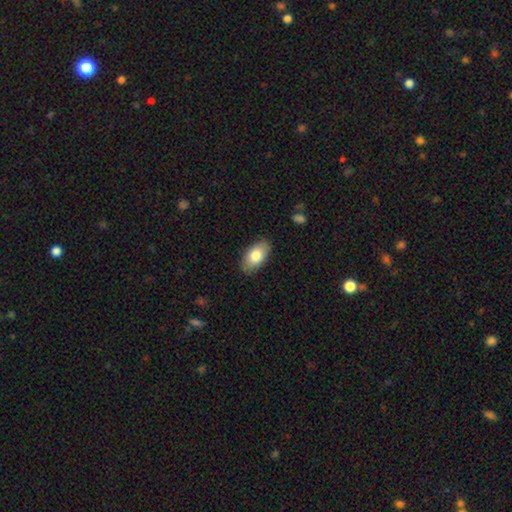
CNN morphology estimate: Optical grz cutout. It shows a smooth galaxy with no disk features (79%) that is in between round and cigar-shaped (94%). Merging: none (87%).